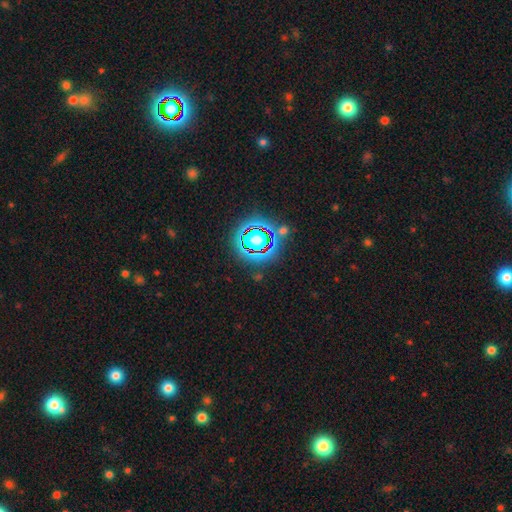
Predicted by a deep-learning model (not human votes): Overall: star or artifact (81%).